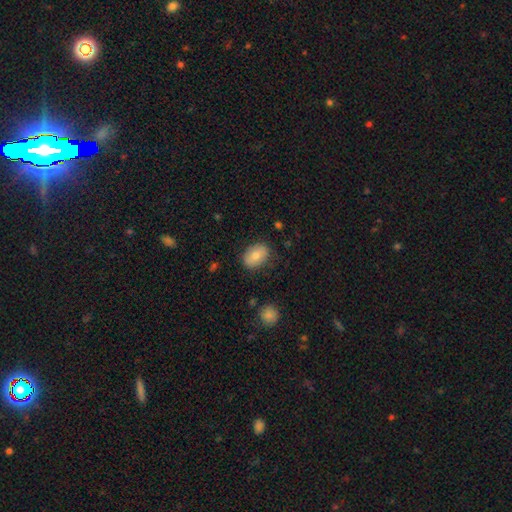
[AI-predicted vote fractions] Smooth or featured? Predicted: smooth (p=0.78). How rounded? Predicted: in between (p=0.77). Merging? Predicted: none (p=0.81).